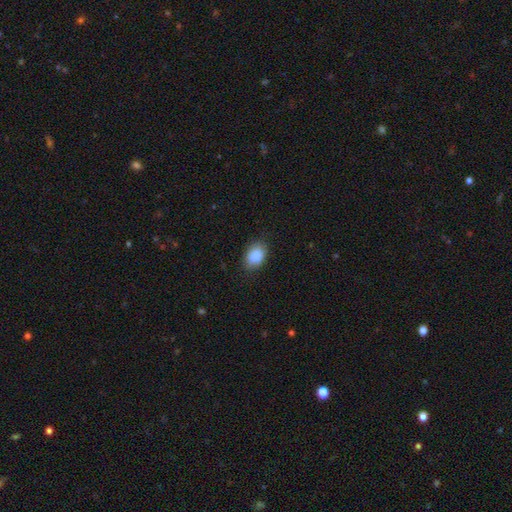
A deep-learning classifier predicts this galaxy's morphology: smooth-or-featured: smooth: 88% | star or artifact: 7% | featured or disk: 5%
  how-rounded: in between: 81% | round: 17% | cigar-shaped: 1%
  merging: none: 76% | minor disturbance: 19% | major disturbance: 4% | merger: 1%